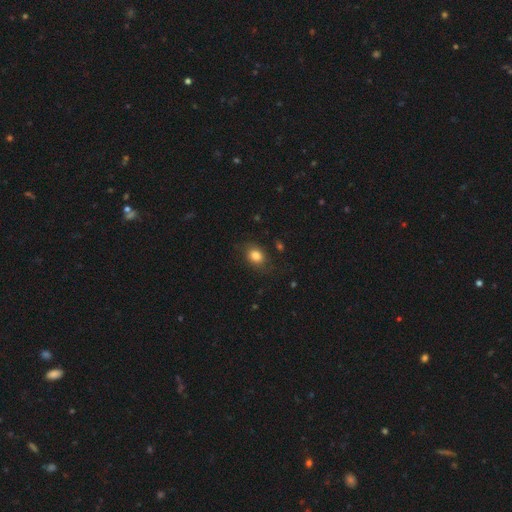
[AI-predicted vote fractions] Overall: smooth (82%). How rounded: in between (54%; round 45%). Merging: none (76%).